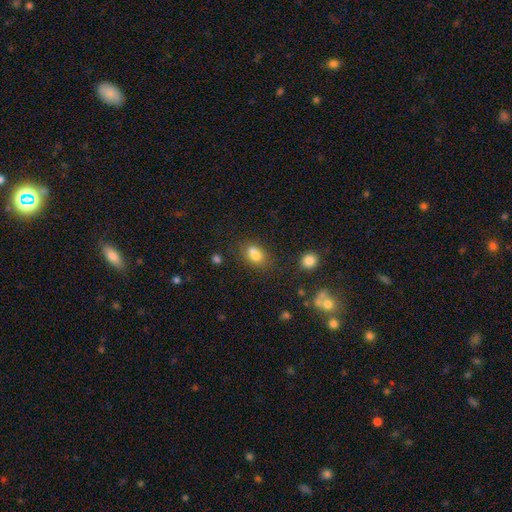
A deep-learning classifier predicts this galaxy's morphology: This appears to be a smooth galaxy with no disk features (76%) that is in between round and cigar-shaped (71%). Merging: none (48%).